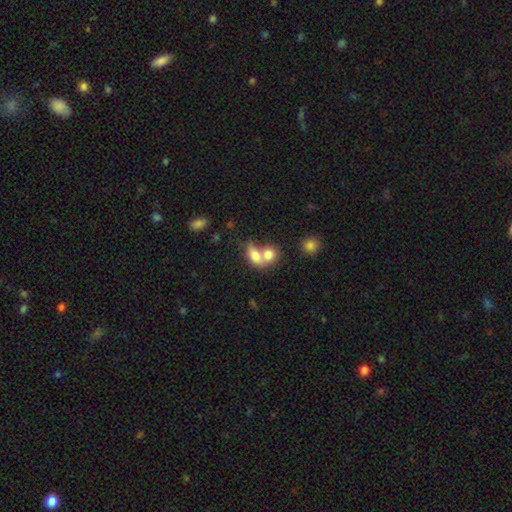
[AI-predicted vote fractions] The model was most divided on "merging": merger: 69%, none: 20%, minor disturbance: 7%, major disturbance: 4%. More confident: how rounded — in between (77%); smooth or featured — smooth (76%).